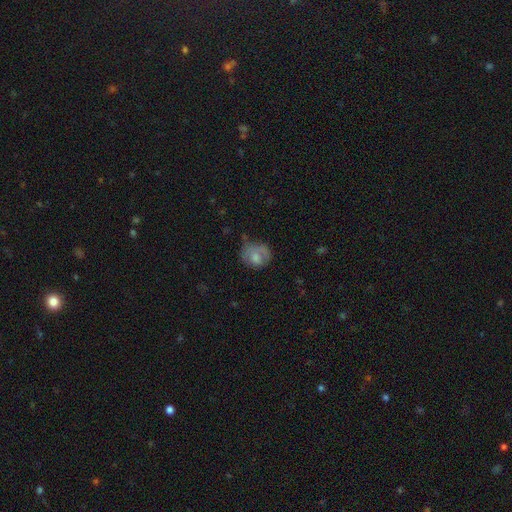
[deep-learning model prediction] Overall: smooth (65%; featured or disk 26%). How rounded: round (67%; in between 32%). Merging: none (48%; minor disturbance 30%).